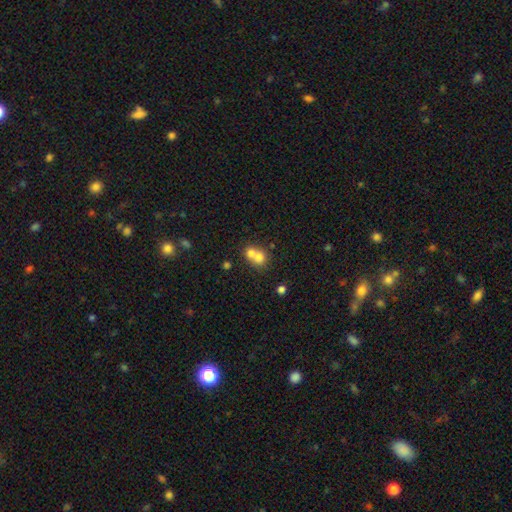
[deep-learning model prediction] smooth_or_featured: smooth (p=0.71) [alt: featured or disk p=0.18]
how_rounded: round (p=0.74) [alt: in between p=0.25]
merging: merger (p=0.67) [alt: none p=0.26]